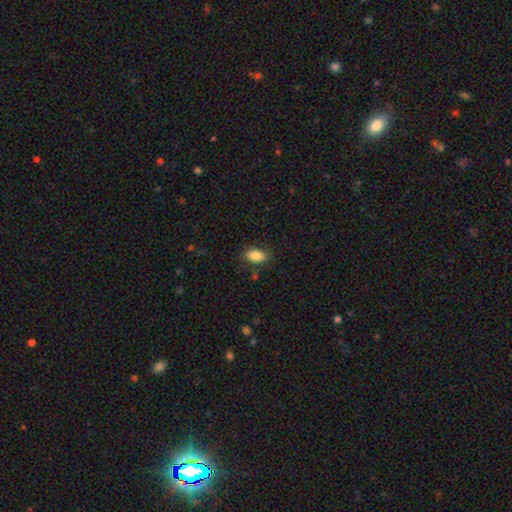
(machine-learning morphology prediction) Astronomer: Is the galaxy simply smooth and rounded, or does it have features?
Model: smooth — 83%.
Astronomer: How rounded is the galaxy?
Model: in between — 91%.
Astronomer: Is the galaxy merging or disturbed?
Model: none — 81%.